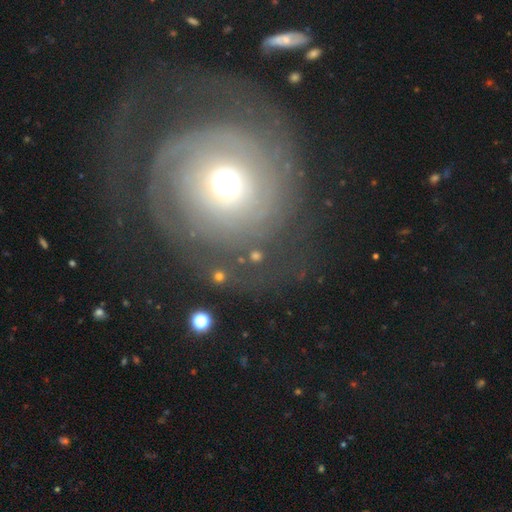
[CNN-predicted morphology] A featured or disk galaxy (41%). Merging: none (66%).